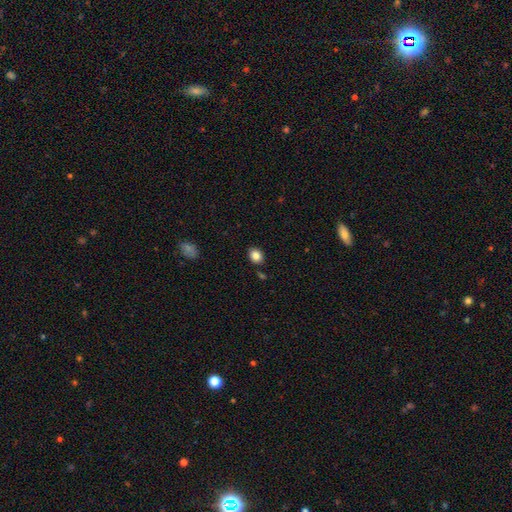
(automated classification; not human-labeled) Morphology: type=smooth (84%); roundness=in between (54%); merging=none (85%).